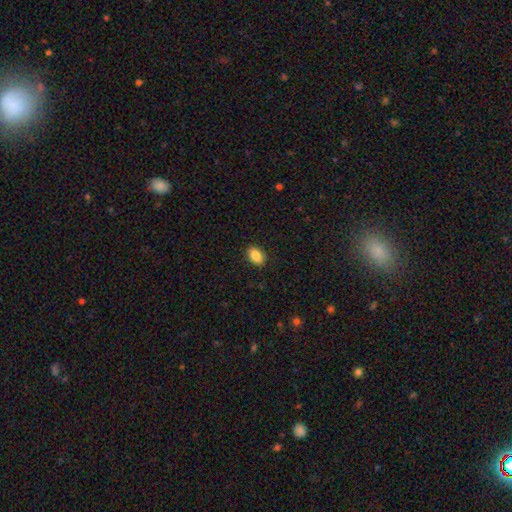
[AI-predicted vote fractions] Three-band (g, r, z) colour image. It shows a smooth galaxy with no disk features (88%) that is in between round and cigar-shaped (90%). Merging: none (88%).